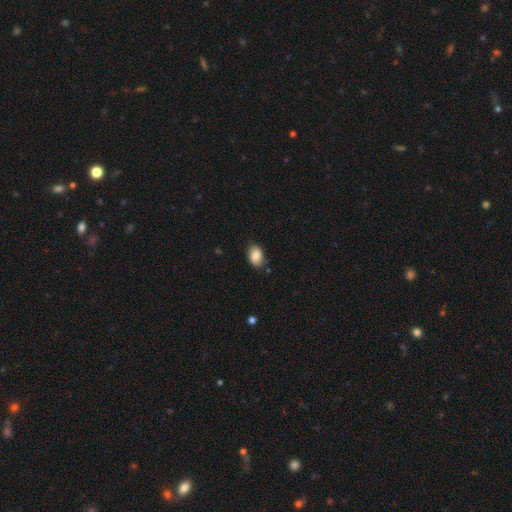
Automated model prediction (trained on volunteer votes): Smooth or featured: smooth — 86% (star or artifact — 7%)
How rounded: in between — 87% (round — 11%)
Merging: none — 79% (minor disturbance — 16%)